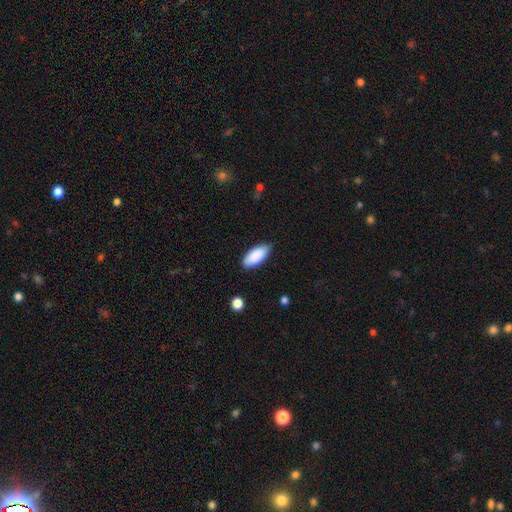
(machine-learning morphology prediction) Smooth or featured: smooth — 88% (featured or disk — 6%)
How rounded: in between — 88% (cigar-shaped — 10%)
Merging: none — 84% (minor disturbance — 13%)